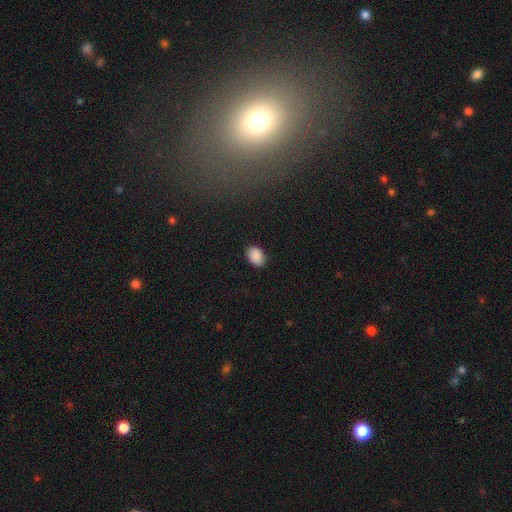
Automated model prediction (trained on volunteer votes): Smooth or featured?
  - smooth: 89% *
  - star or artifact: 8%
  - featured or disk: 3%
How rounded?
  - in between: 79% *
  - round: 20%
  - cigar-shaped: 1%
Merging?
  - none: 86% *
  - minor disturbance: 10%
  - major disturbance: 2%
  - merger: 1%